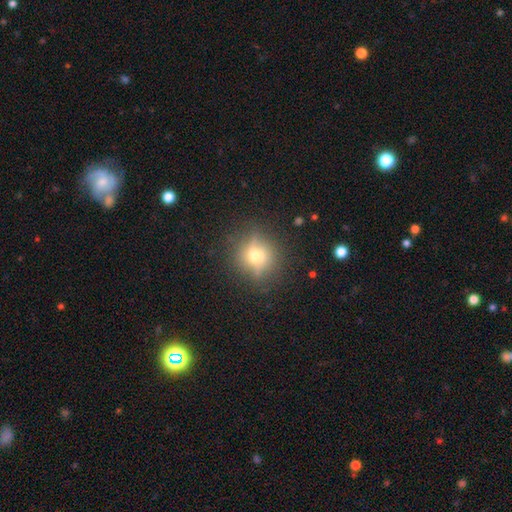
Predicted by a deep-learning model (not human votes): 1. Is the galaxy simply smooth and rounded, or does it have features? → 45% smooth, 37% featured or disk, 18% star or artifact.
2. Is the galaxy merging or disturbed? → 82% none, 13% minor disturbance, 4% major disturbance, 1% merger.